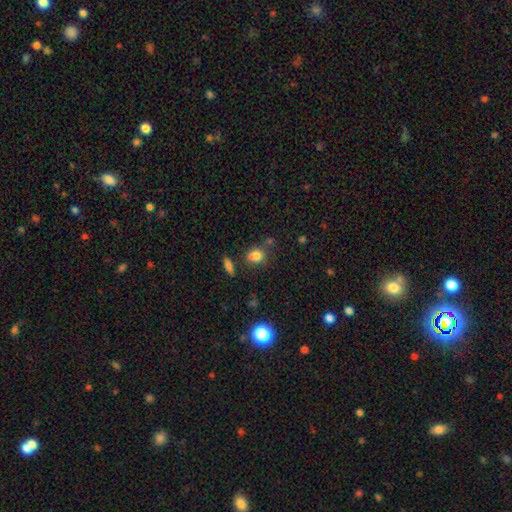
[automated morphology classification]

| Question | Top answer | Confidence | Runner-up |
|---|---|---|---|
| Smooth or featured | smooth | 76% | star or artifact (14%) |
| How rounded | round | 59% | in between (39%) |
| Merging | none | 51% | merger (25%) |